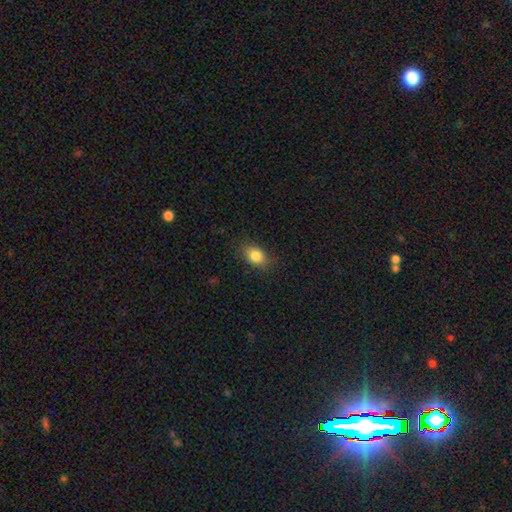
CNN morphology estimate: type=smooth (84%); roundness=in between (74%); merging=none (81%).